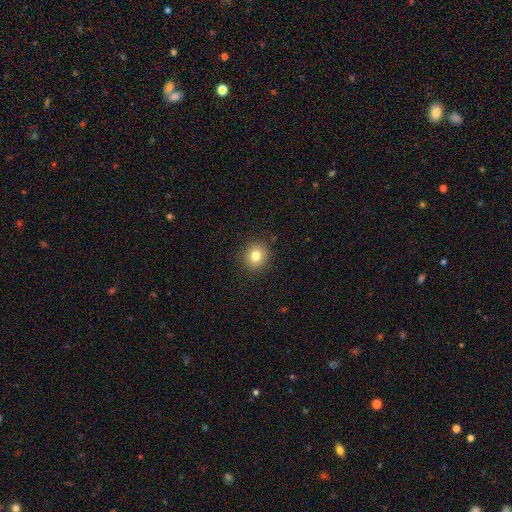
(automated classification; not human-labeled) smooth 80%, star or artifact 11%, featured or disk 8%. Down the decision tree: how rounded — round (84%); merging — none (89%).